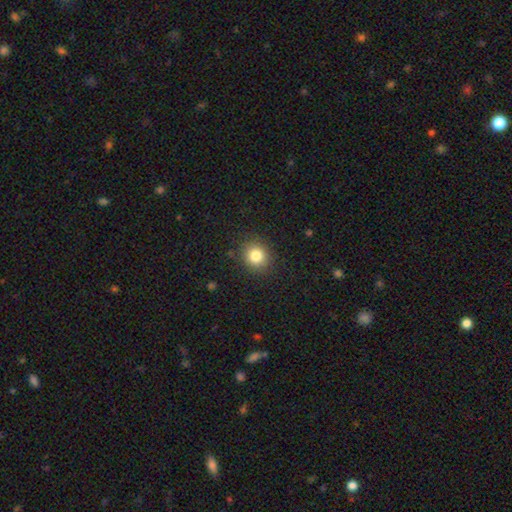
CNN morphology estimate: Smooth or featured? Predicted: smooth (p=0.82). How rounded? Predicted: round (p=0.84). Merging? Predicted: none (p=0.88).